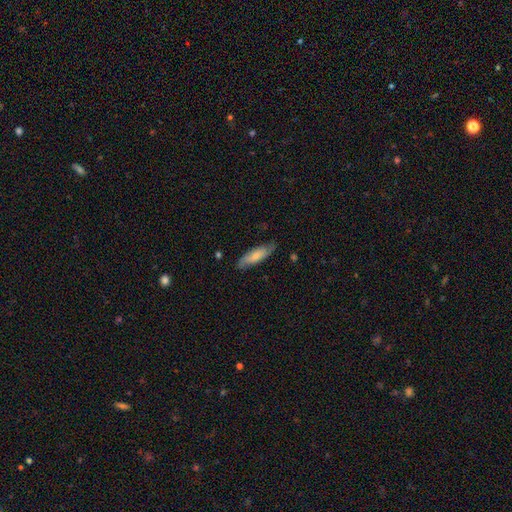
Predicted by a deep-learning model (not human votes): Smooth or featured?
  - smooth: 64% *
  - featured or disk: 30%
  - star or artifact: 6%
How rounded?
  - cigar-shaped: 49% * (tied)
  - in between: 49% * (tied)
  - round: 2%
Merging?
  - none: 79% *
  - minor disturbance: 17%
  - major disturbance: 3%
  - merger: 1%